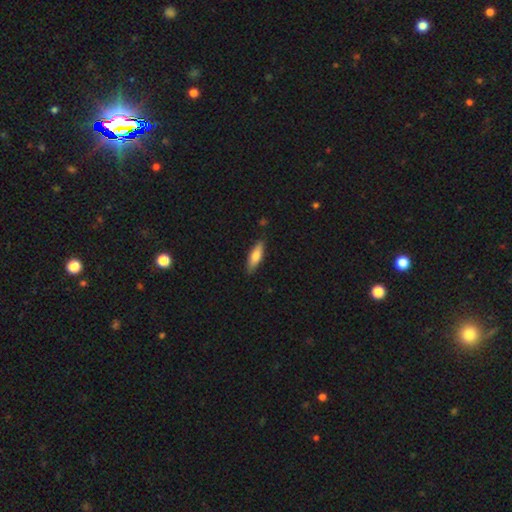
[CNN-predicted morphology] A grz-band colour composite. It shows a smooth galaxy with no disk features (73%) that is cigar-shaped (53%). Merging: none (85%).